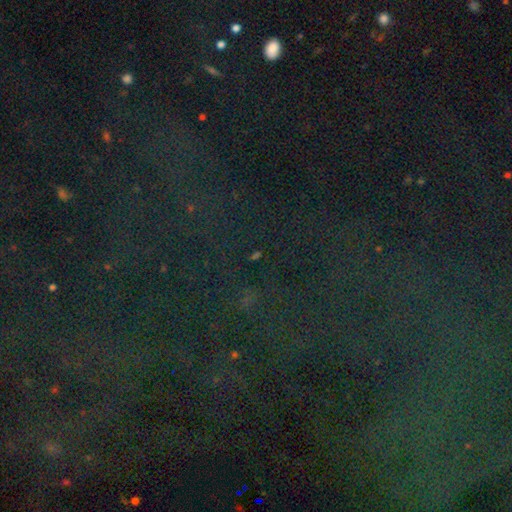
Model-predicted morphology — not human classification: Q: Smooth or featured?
A: star or artifact (74%); runner-up: smooth (17%)